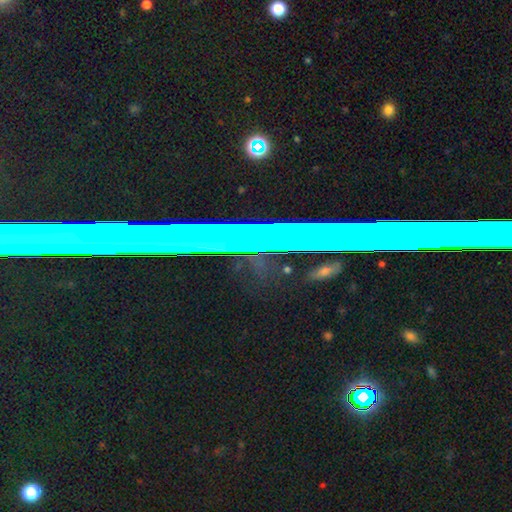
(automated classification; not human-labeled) Morphology: type=star or artifact (51%).